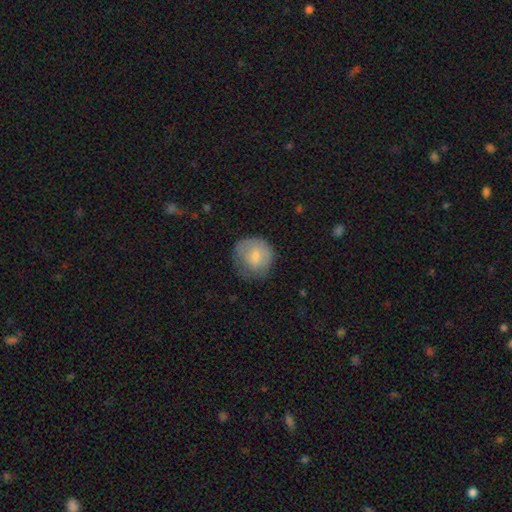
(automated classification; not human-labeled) Morphology: type=smooth (75%); roundness=round (84%); merging=none (59%).